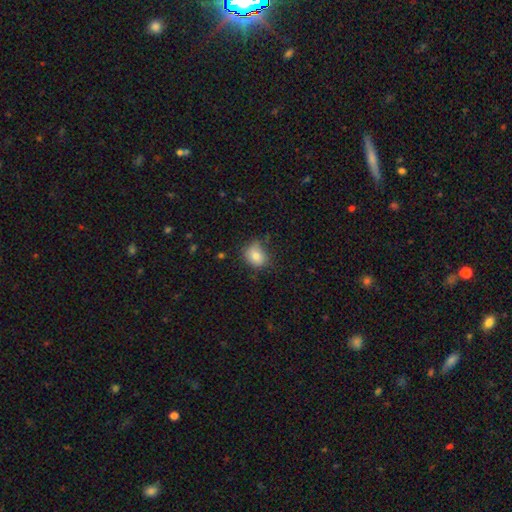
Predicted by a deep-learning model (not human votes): A smooth galaxy with no disk features (80%) that is round (51%).

Vote fractions:
- Smooth or featured? smooth: 80% / star or artifact: 10% / featured or disk: 10%
- How rounded? round: 51% / in between: 48% / cigar-shaped: 1%
- Merging? none: 62% / minor disturbance: 29% / major disturbance: 7% / merger: 3%